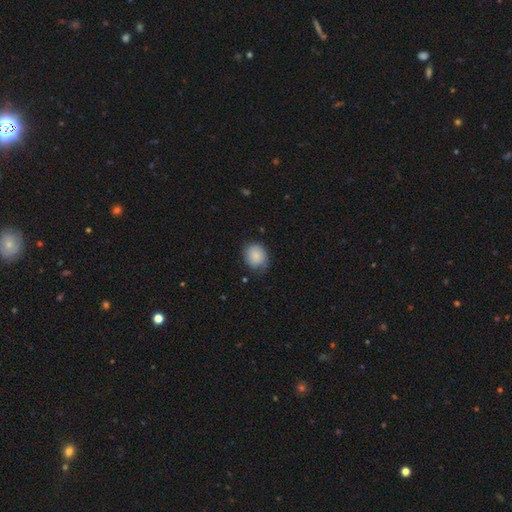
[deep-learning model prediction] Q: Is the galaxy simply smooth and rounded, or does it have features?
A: smooth — 85%.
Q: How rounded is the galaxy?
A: round — 65%.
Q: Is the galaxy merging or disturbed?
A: none — 70%.